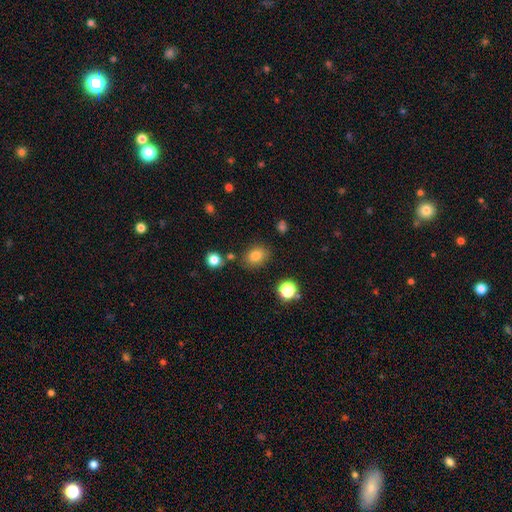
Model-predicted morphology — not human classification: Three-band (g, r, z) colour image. It shows a smooth galaxy with no disk features (81%) that is in between round and cigar-shaped (59%). Merging: none (79%).